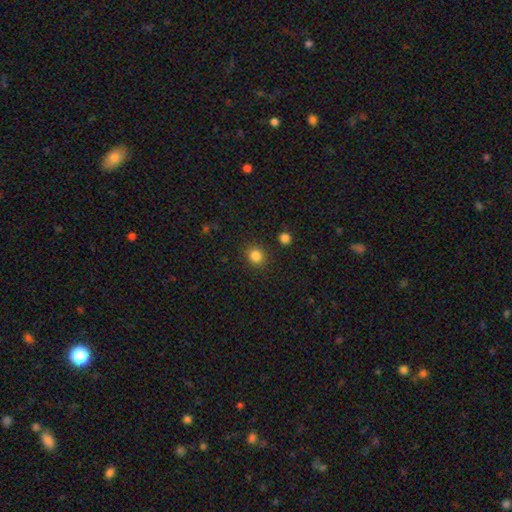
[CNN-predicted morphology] smooth 85%, star or artifact 11%, featured or disk 4%. Down the decision tree: how rounded — round (83%); merging — none (89%).